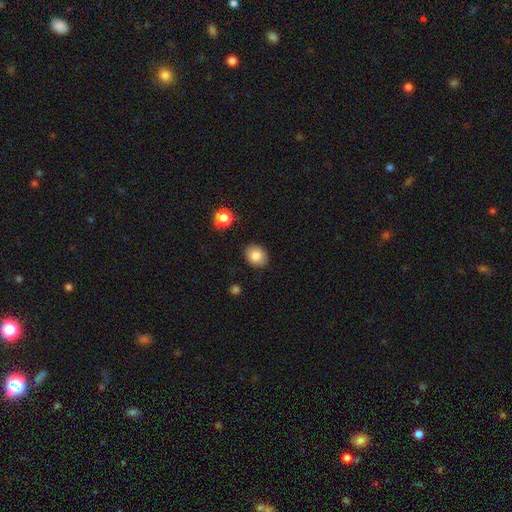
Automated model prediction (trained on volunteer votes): Smooth or featured?
  - smooth: 83% *
  - star or artifact: 9%
  - featured or disk: 8%
How rounded?
  - in between: 53% *
  - round: 46%
  - cigar-shaped: 1%
Merging?
  - none: 87% *
  - minor disturbance: 9%
  - major disturbance: 2%
  - merger: 1%